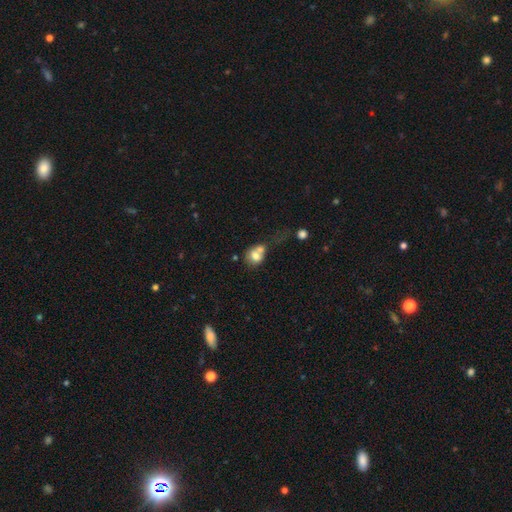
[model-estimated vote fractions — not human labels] smooth_or_featured: smooth (p=0.68) [alt: featured or disk p=0.21]
how_rounded: round (p=0.60) [alt: in between p=0.38]
merging: merger (p=0.58) [alt: none p=0.21]